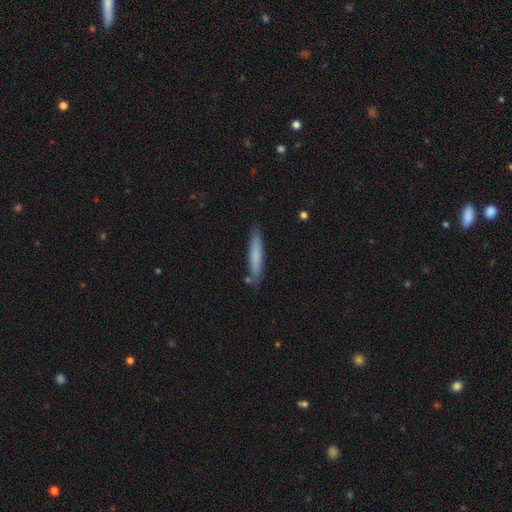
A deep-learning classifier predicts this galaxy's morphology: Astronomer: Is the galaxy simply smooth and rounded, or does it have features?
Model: smooth — 73%.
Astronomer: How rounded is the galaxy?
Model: cigar-shaped — 92%.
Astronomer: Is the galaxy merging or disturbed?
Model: none — 83%.